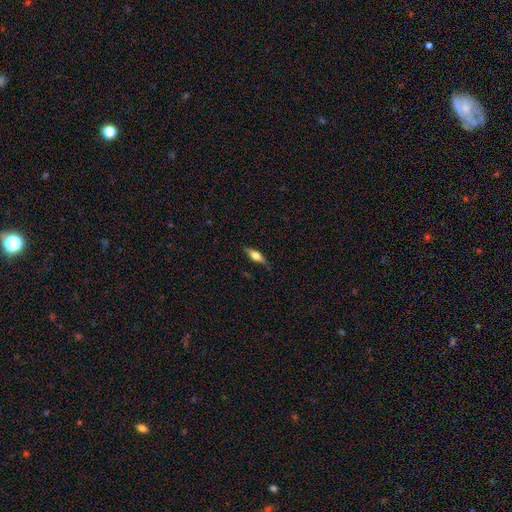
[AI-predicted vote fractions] Q: Smooth or featured?
A: smooth (50%); runner-up: featured or disk (42%)
Q: How rounded?
A: in between (57%); runner-up: cigar-shaped (40%)
Q: Merging?
A: none (84%); runner-up: minor disturbance (13%)